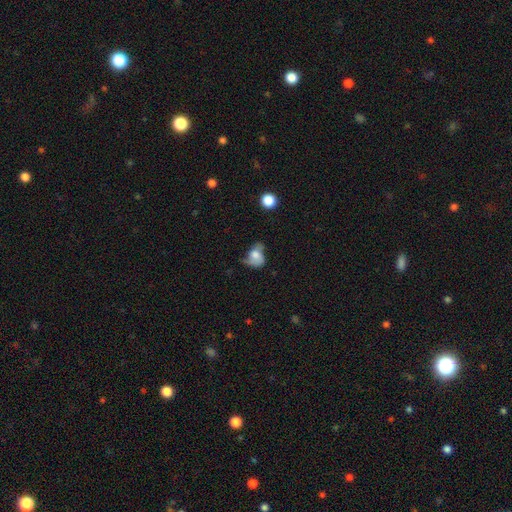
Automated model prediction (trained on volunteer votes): A smooth galaxy with no disk features (54%) that is in between round and cigar-shaped (64%). Merging: major disturbance (36%).